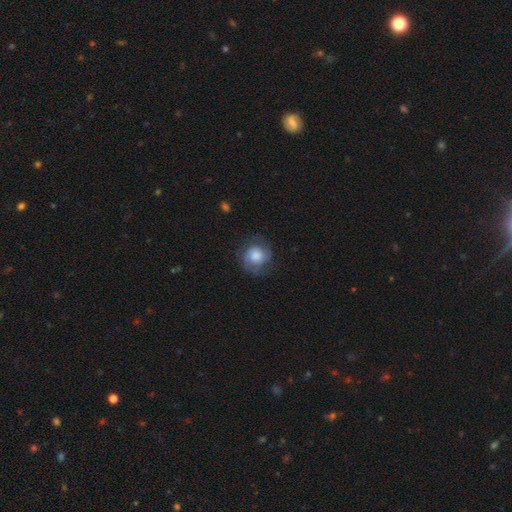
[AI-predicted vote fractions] Smooth or featured: smooth — 49% (featured or disk — 44%)
Merging: none — 70% (minor disturbance — 19%)